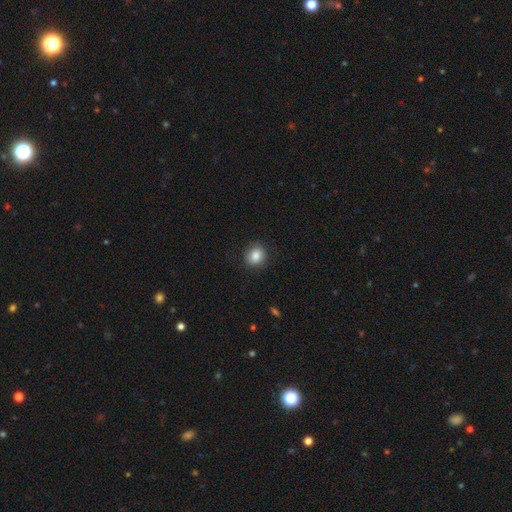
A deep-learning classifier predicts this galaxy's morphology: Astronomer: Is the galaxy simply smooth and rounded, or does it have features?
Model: smooth — 85%.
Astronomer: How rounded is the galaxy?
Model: round — 77%.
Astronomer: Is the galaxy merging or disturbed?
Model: none — 87%.